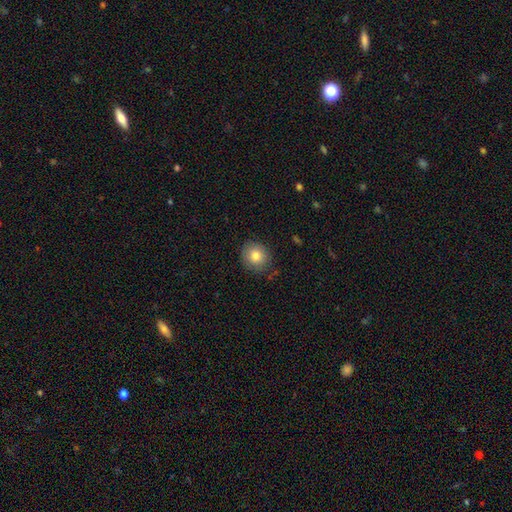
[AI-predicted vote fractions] A smooth galaxy with no disk features (80%) that is round (85%). Merging: none (84%).